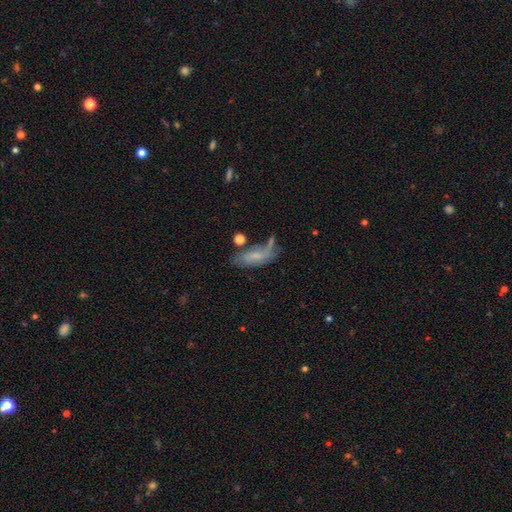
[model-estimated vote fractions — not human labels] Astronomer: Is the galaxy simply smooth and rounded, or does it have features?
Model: smooth — 58%.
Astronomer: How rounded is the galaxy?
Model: in between — 71%.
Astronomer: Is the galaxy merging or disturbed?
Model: none — 43% (runner-up: minor disturbance, 27%).